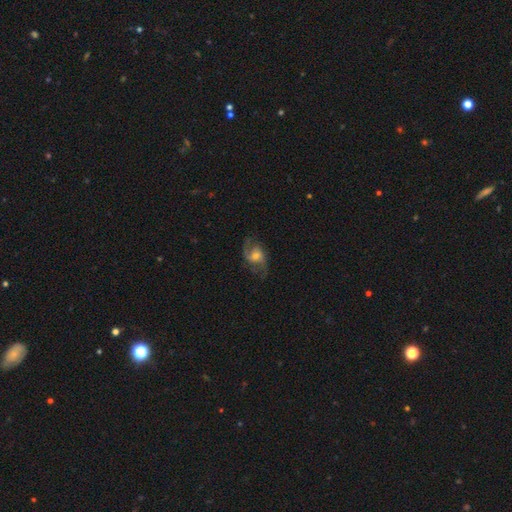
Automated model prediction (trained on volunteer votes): Q: Smooth or featured?
A: featured or disk (79%); runner-up: smooth (14%)
Q: Edge-on disk?
A: no (97%); runner-up: yes (3%)
Q: Bar?
A: no (57%); runner-up: weak (36%)
Q: Spiral arms?
A: yes (94%); runner-up: no (6%)
Q: Spiral winding?
A: medium (45%); runner-up: loose (44%)
Q: Spiral arm count?
A: 2 (78%); runner-up: 3 (8%)
Q: Bulge size?
A: moderate (52%); runner-up: small (37%)
Q: Merging?
A: none (68%); runner-up: minor disturbance (18%)